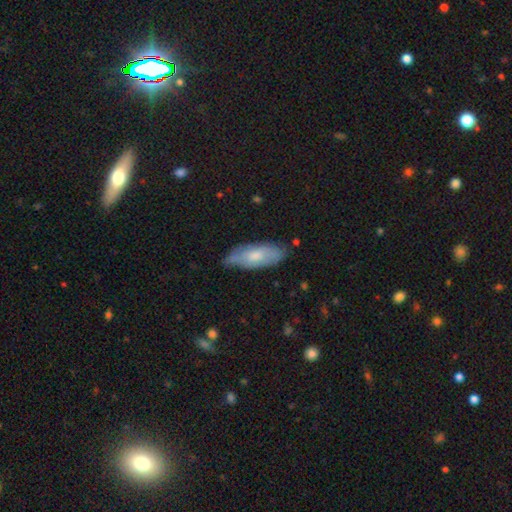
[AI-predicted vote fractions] smooth-or-featured: smooth: 61% | featured or disk: 33% | star or artifact: 6%
  how-rounded: in between: 73% | cigar-shaped: 25% | round: 2%
  merging: none: 67% | minor disturbance: 27% | major disturbance: 5% | merger: 2%